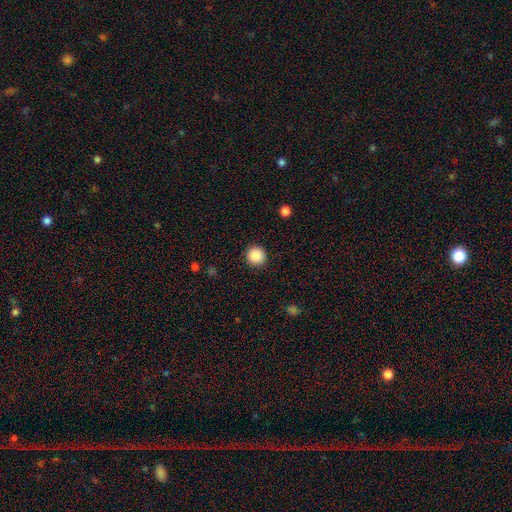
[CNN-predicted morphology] Smooth or featured: smooth — 87% (star or artifact — 9%)
How rounded: round — 94% (in between — 5%)
Merging: none — 92% (minor disturbance — 5%)